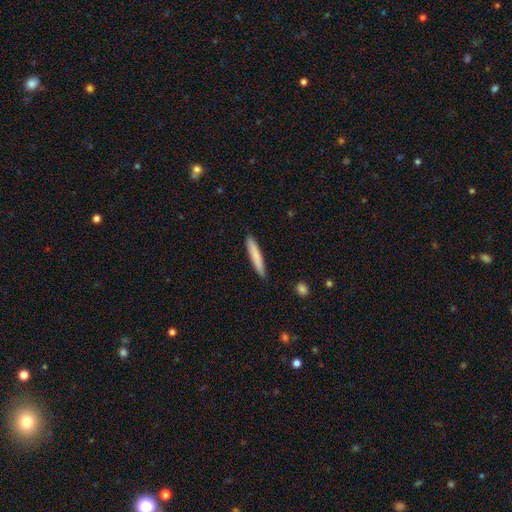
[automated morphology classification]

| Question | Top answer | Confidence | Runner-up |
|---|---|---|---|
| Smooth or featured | smooth | 80% | featured or disk (15%) |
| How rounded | cigar-shaped | 94% | in between (5%) |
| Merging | none | 89% | minor disturbance (9%) |